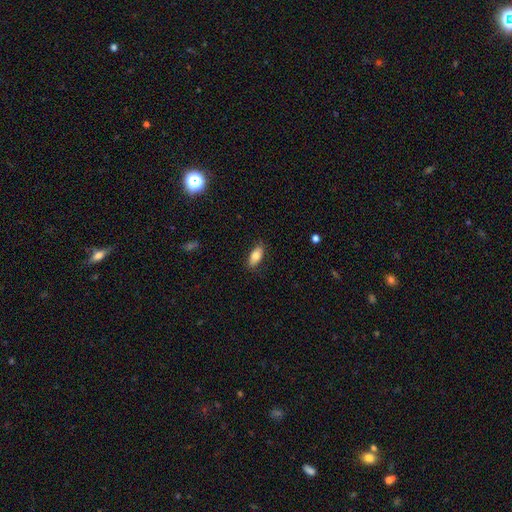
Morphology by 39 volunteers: Smooth or featured? 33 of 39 (85%) said smooth. How rounded? 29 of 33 (88%) said in between. Merging? 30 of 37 (81%) said none.